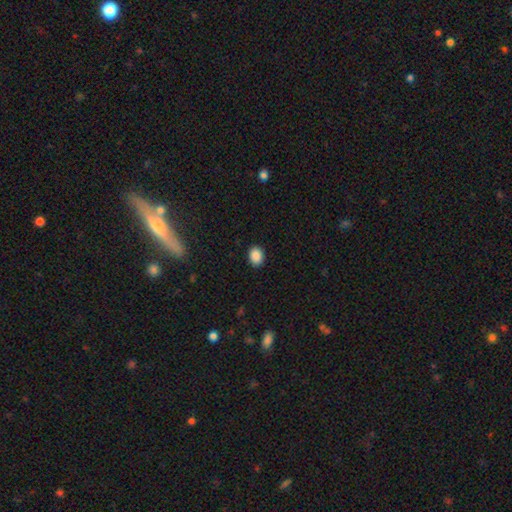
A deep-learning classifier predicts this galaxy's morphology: Smooth or featured? smooth (88%)
How rounded? in between (61%)
Merging? none (90%)